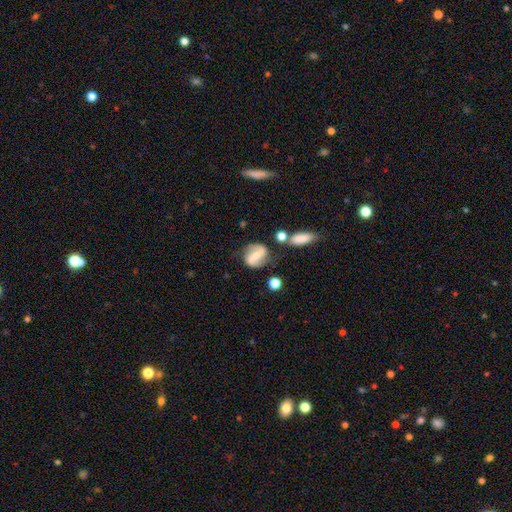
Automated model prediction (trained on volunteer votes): Morphology: type=featured or disk (67%); edge-on=no (96%); bar=strong (47%); spiral arms=yes (89%); winding=loose (50%); arm count=2 (90%); bulge=small (43%); merging=none (70%).